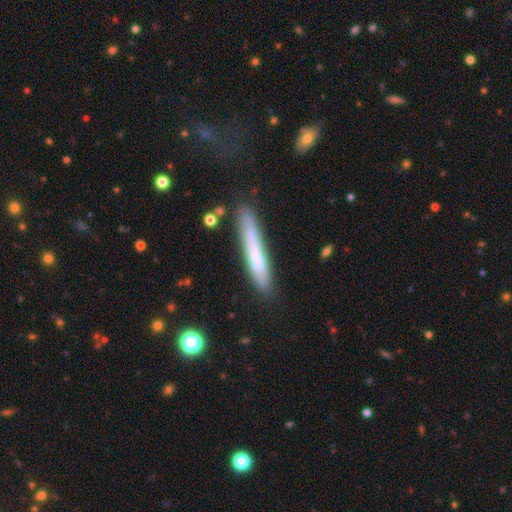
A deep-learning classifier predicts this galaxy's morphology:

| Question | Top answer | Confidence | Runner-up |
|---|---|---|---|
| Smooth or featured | smooth | 61% | featured or disk (31%) |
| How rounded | cigar-shaped | 93% | in between (5%) |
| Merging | none | 74% | minor disturbance (17%) |